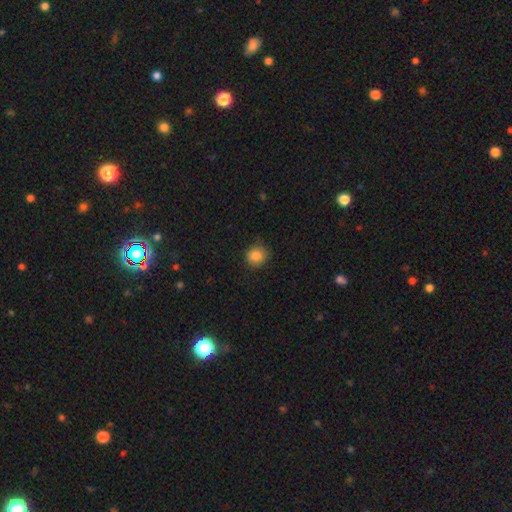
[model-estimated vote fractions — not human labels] Smooth or featured? smooth (86%)
How rounded? round (86%)
Merging? none (80%)